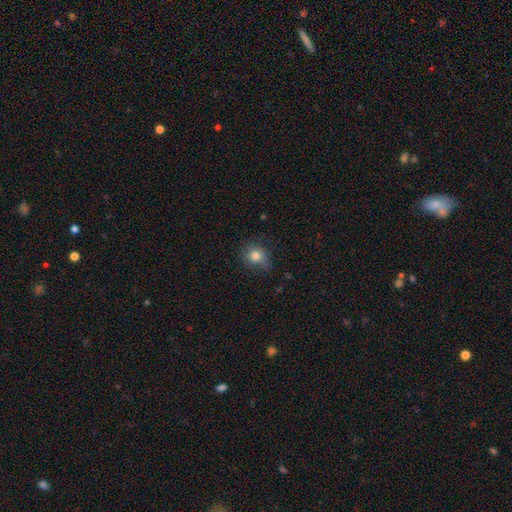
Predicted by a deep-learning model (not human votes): Q: Smooth or featured?
A: smooth (79%); runner-up: star or artifact (11%)
Q: How rounded?
A: round (71%); runner-up: in between (28%)
Q: Merging?
A: none (68%); runner-up: minor disturbance (23%)